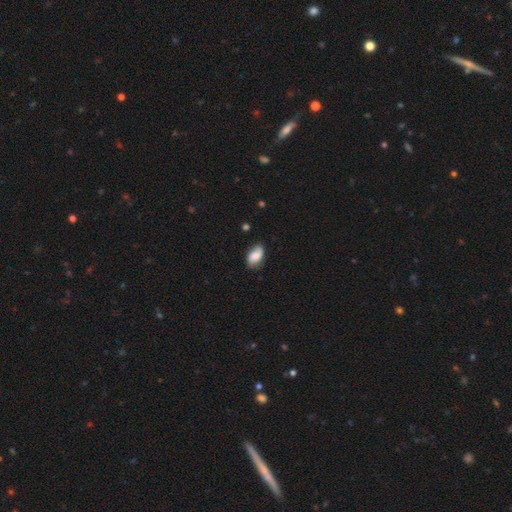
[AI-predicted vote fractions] smooth_or_featured: smooth (p=0.60) [alt: featured or disk p=0.31]
how_rounded: in between (p=0.90) [alt: round p=0.08]
merging: none (p=0.69) [alt: minor disturbance p=0.24]